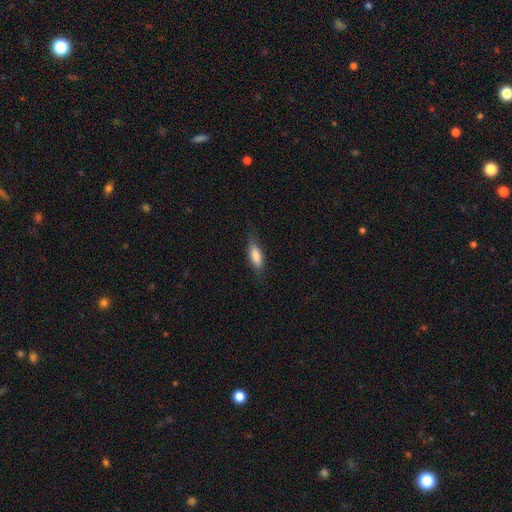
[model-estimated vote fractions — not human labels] A smooth galaxy with no disk features (79%) that is in between round and cigar-shaped (59%). Merging: none (76%).